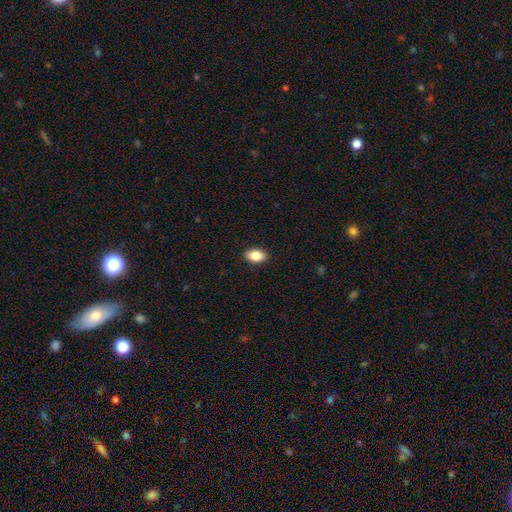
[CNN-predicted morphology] Smooth or featured: smooth — 86% (star or artifact — 8%)
How rounded: in between — 90% (round — 8%)
Merging: none — 90% (minor disturbance — 8%)